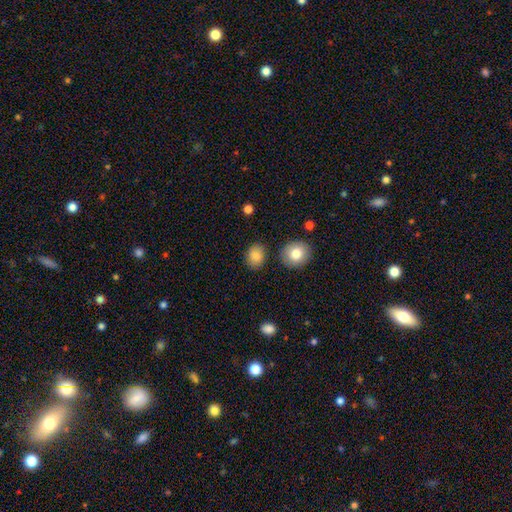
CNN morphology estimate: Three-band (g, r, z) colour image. It shows a smooth galaxy with no disk features (85%) that is in between round and cigar-shaped (51%). Merging: none (81%).